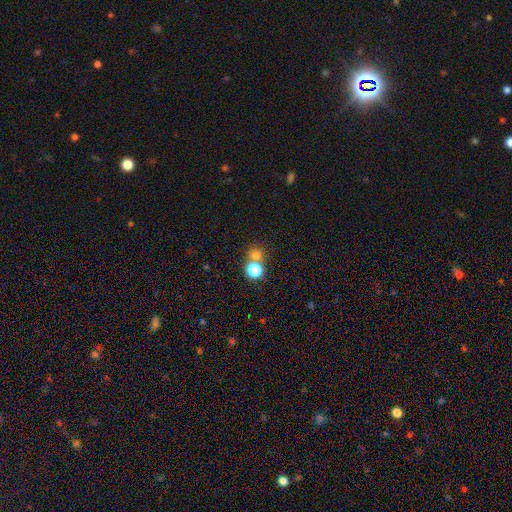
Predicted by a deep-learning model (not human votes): The model was most divided on "merging": none: 55%, merger: 35%, minor disturbance: 7%, major disturbance: 4%. More confident: how rounded — round (86%); smooth or featured — smooth (72%).